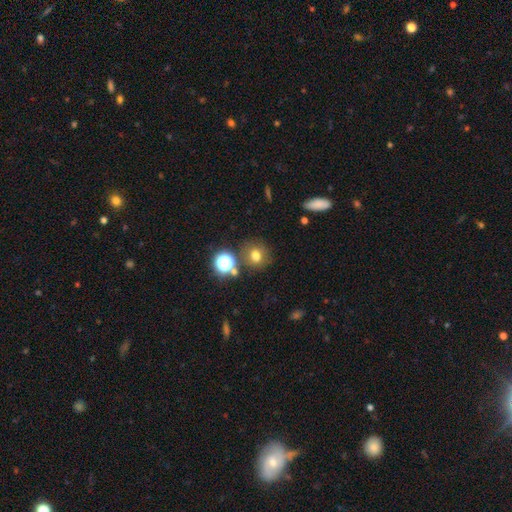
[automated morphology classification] The model was most divided on "smooth or featured": smooth: 71%, star or artifact: 19%, featured or disk: 10%. More confident: how rounded — round (78%); merging — none (76%).